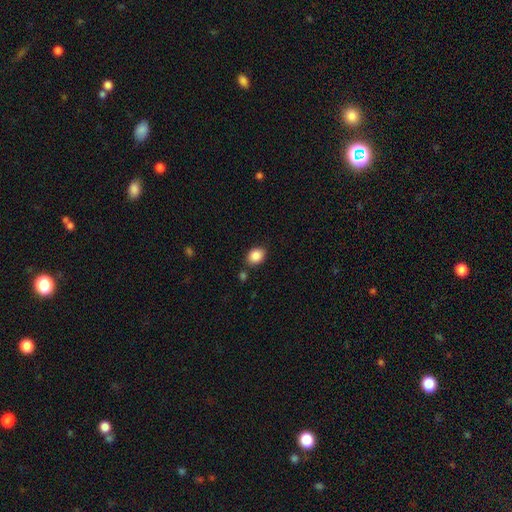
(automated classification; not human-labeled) smooth-or-featured: smooth: 87% | star or artifact: 8% | featured or disk: 4%
  how-rounded: in between: 63% | round: 36% | cigar-shaped: 1%
  merging: none: 80% | minor disturbance: 12% | merger: 5% | major disturbance: 3%